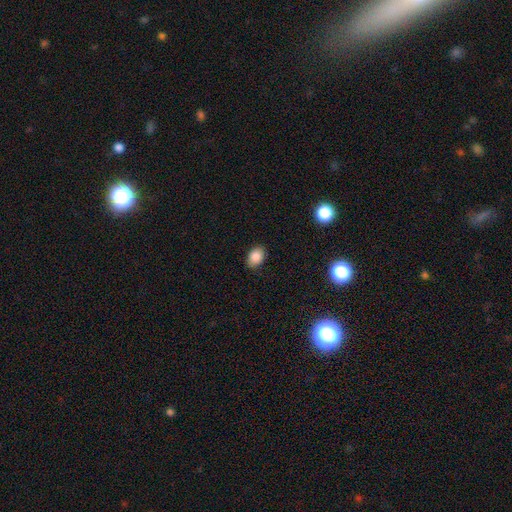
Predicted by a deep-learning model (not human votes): The model was most divided on "how rounded": in between: 78%, round: 21%, cigar-shaped: 1%. More confident: merging — none (87%); smooth or featured — smooth (86%).